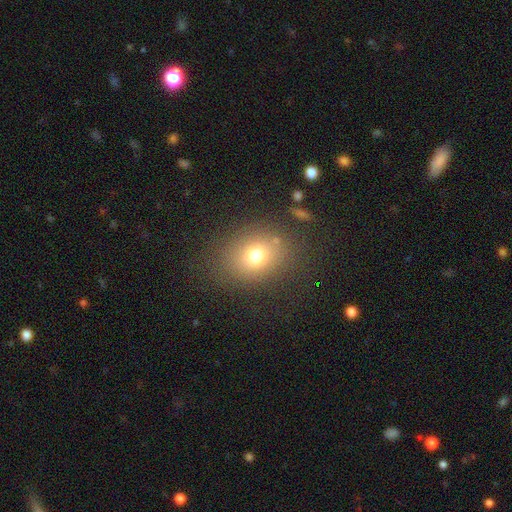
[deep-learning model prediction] This is likely a smooth galaxy (73%). How rounded: possibly round (53%). Merging: likely none (79%).